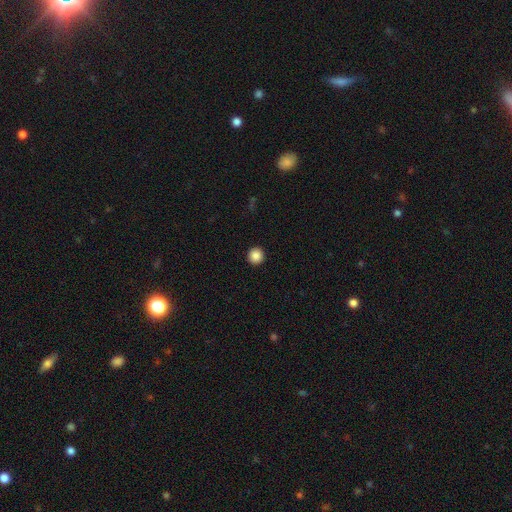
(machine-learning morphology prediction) type=smooth (87%); roundness=round (95%); merging=none (94%).